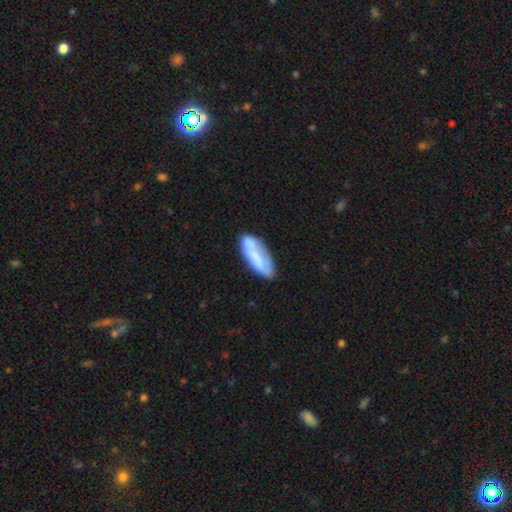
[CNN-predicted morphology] Smooth or featured?
  - smooth: 60% *
  - featured or disk: 33%
  - star or artifact: 7%
How rounded?
  - in between: 68% *
  - cigar-shaped: 30%
  - round: 2%
Merging?
  - none: 60% *
  - minor disturbance: 23%
  - merger: 10%
  - major disturbance: 7%